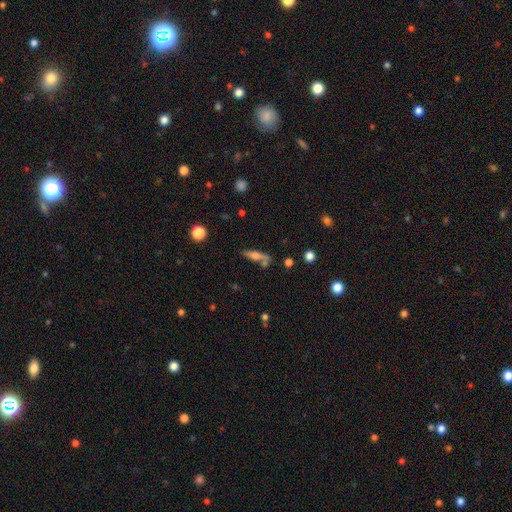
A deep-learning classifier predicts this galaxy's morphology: This appears to be a smooth galaxy with no disk features (52%) that is cigar-shaped (63%). Merging: none (57%).